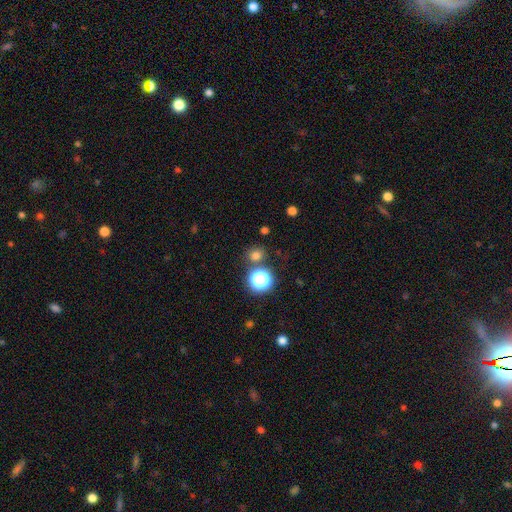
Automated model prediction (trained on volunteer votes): The model was most divided on "smooth or featured": smooth: 71%, star or artifact: 23%, featured or disk: 5%. More confident: how rounded — round (82%); merging — none (78%).